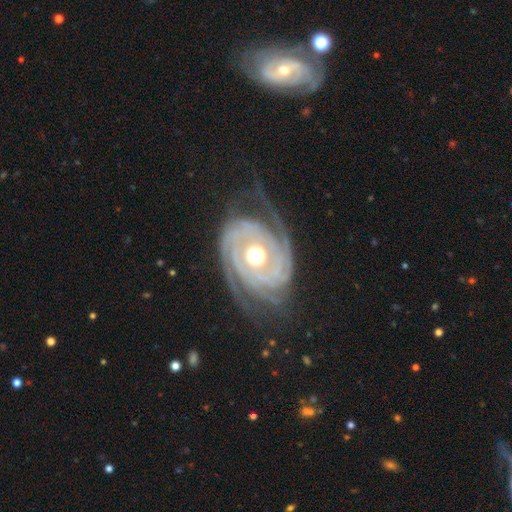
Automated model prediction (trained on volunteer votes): smooth-or-featured: featured or disk: 91% | smooth: 4% | star or artifact: 4%
  disk-edge-on: no: 97% | yes: 3%
    bar: no: 71% | weak: 20% | strong: 10%
    has-spiral-arms: yes: 98% | no: 2%
      spiral-winding: tight: 66% | medium: 26% | loose: 8%
      spiral-arm-count: 2: 50% | 3: 17% | can't tell: 13% | 4: 7% | more than 4: 6% | 1: 6%
    bulge-size: moderate: 75% | large: 13% | small: 9% | dominant: 1% | none: 1%
  merging: none: 68% | minor disturbance: 18% | major disturbance: 12% | merger: 2%